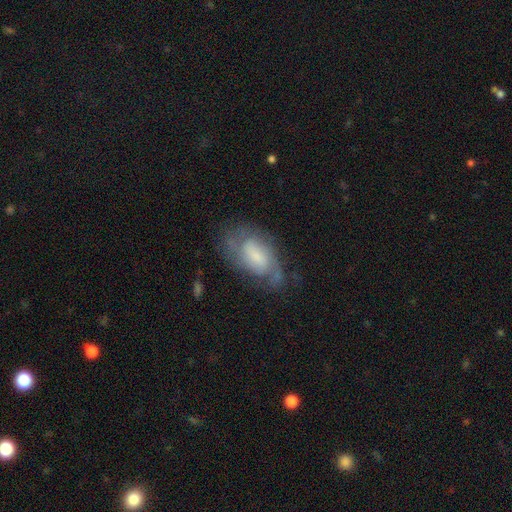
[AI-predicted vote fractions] A featured or disk galaxy (67%) with a weak bar (46%), 2 (53%) medium (44%) spiral arms (86%) and a small central bulge (39%). Merging: none (58%).